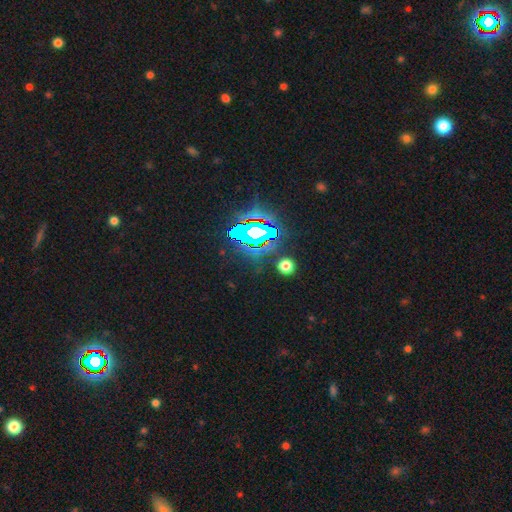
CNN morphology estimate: Smooth or featured? Predicted: star or artifact (p=0.83).